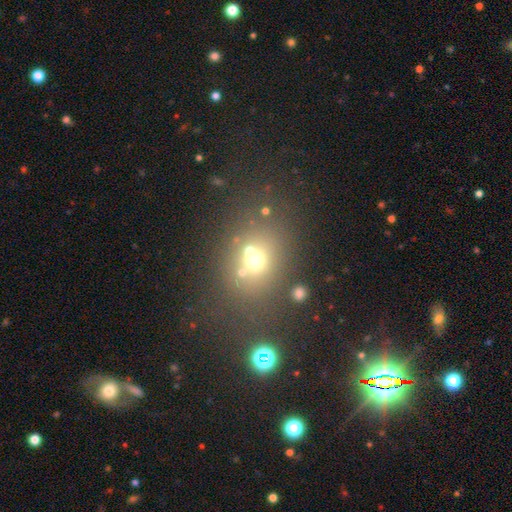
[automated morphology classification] Smooth or featured: smooth — 47% (star or artifact — 35%)
Merging: none — 60% (merger — 22%)